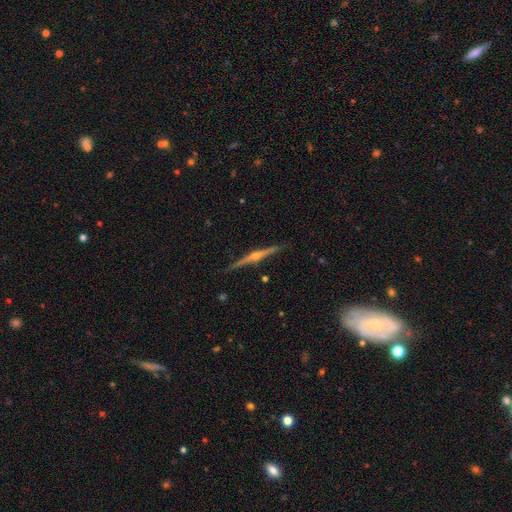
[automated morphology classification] Q: Smooth or featured?
A: featured or disk (86%); runner-up: smooth (8%)
Q: Edge-on disk?
A: yes (98%); runner-up: no (2%)
Q: Edge-on bulge?
A: rounded (91%); runner-up: none (5%)
Q: Merging?
A: none (91%); runner-up: minor disturbance (7%)